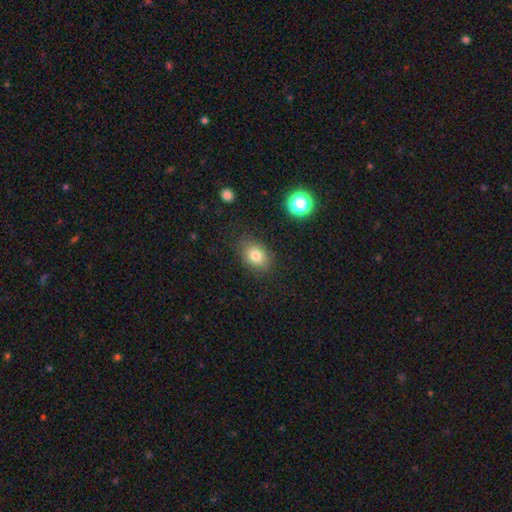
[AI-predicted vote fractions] A smooth galaxy with no disk features (80%) that is in between round and cigar-shaped (65%).

Vote fractions:
- Smooth or featured? smooth: 80% / star or artifact: 11% / featured or disk: 9%
- How rounded? in between: 65% / round: 34% / cigar-shaped: 1%
- Merging? none: 82% / minor disturbance: 13% / major disturbance: 4% / merger: 1%